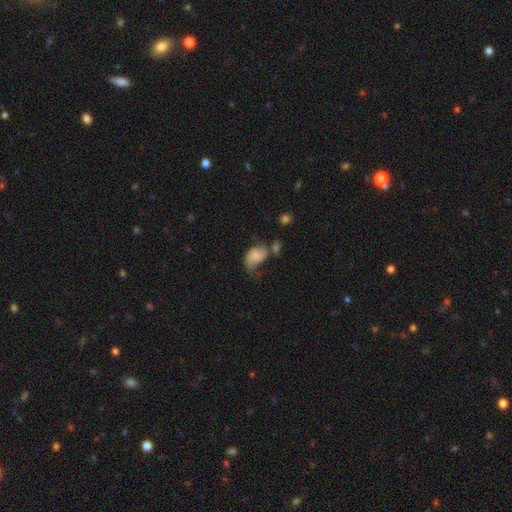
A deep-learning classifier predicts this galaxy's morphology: Smooth or featured? Predicted: smooth (p=0.55). How rounded? Predicted: in between (p=0.81). Merging? Predicted: none (p=0.30).